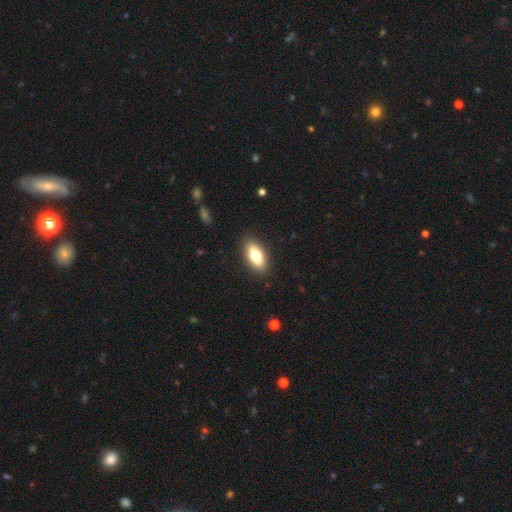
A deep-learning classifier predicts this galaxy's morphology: type=smooth (70%); roundness=in between (81%); merging=none (88%).